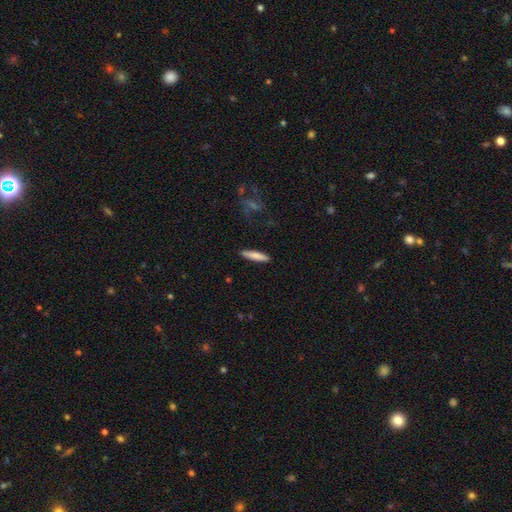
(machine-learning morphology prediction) smooth_or_featured: smooth (p=0.79) [alt: featured or disk p=0.16]
how_rounded: cigar-shaped (p=0.87) [alt: in between p=0.12]
merging: none (p=0.89) [alt: minor disturbance p=0.08]